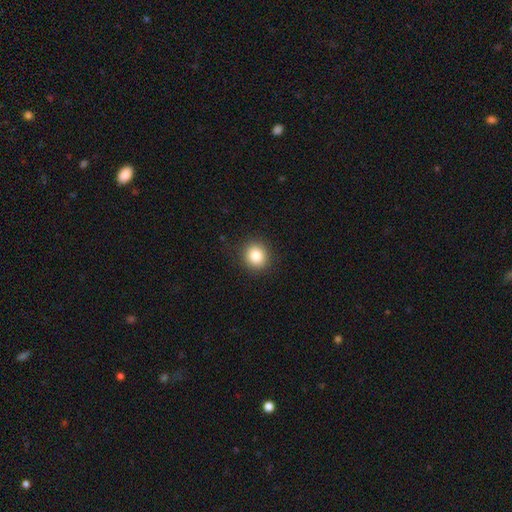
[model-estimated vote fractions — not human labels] smooth 84%, star or artifact 10%, featured or disk 6%. Down the decision tree: how rounded — round (87%); merging — none (90%).